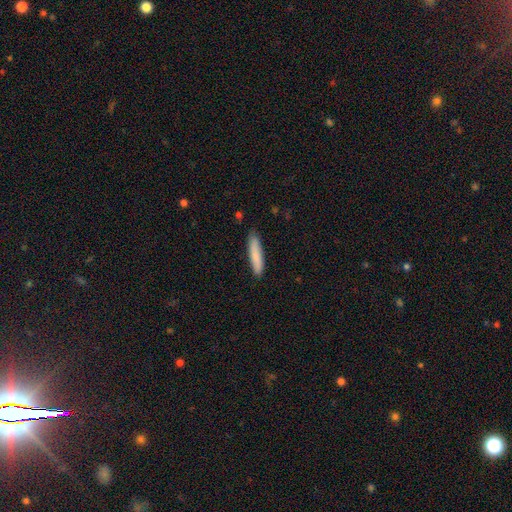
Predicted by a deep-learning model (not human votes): smooth_or_featured: smooth (p=0.82) [alt: featured or disk p=0.12]
how_rounded: cigar-shaped (p=0.86) [alt: in between p=0.13]
merging: none (p=0.84) [alt: minor disturbance p=0.13]